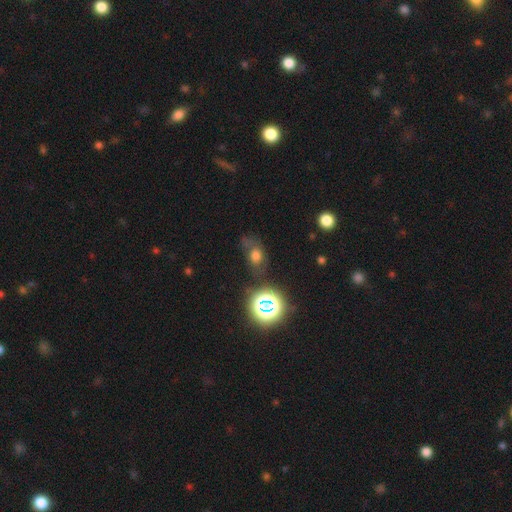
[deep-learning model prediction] A smooth galaxy with no disk features (58%) that is in between round and cigar-shaped (66%). Merging: none (49%).